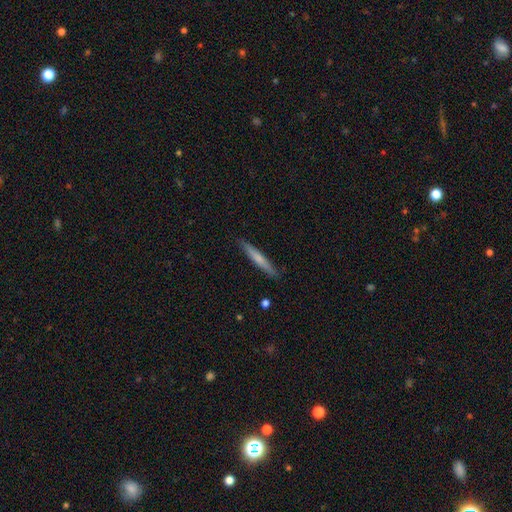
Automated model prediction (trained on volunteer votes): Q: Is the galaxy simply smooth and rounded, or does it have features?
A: smooth — 51%.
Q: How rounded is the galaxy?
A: cigar-shaped — 95%.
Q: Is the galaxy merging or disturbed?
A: none — 90%.